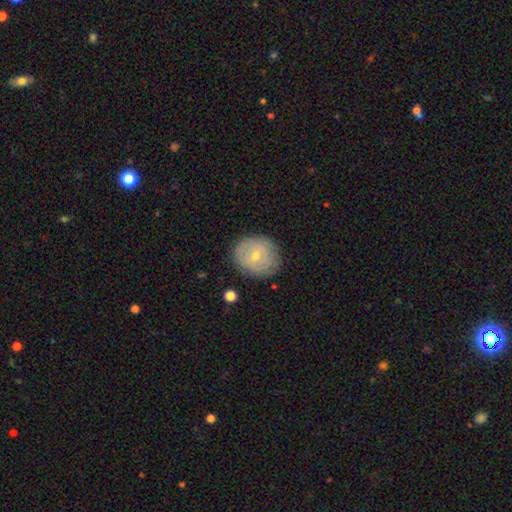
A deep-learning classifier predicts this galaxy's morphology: Overall: smooth (51%; featured or disk 40%). How rounded: round (73%). Merging: none (81%).